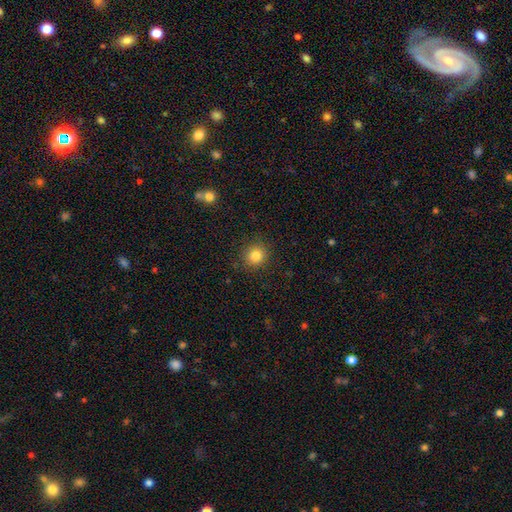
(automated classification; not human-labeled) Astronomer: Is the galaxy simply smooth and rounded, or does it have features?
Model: smooth — 83%.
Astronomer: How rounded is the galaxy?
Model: round — 89%.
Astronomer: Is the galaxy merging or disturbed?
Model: none — 89%.